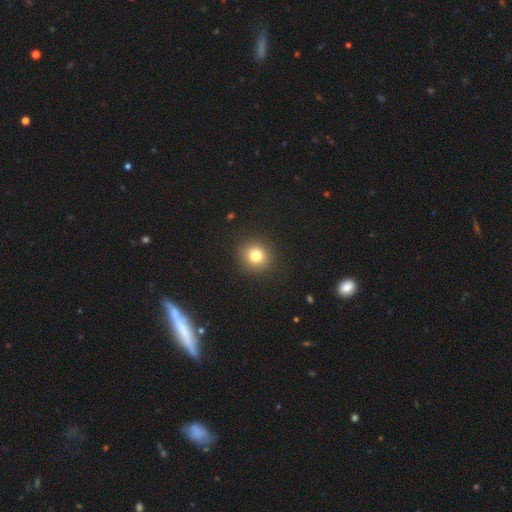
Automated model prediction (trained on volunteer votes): This is likely a smooth galaxy (79%). How rounded: clearly round (90%). Merging: clearly none (91%).